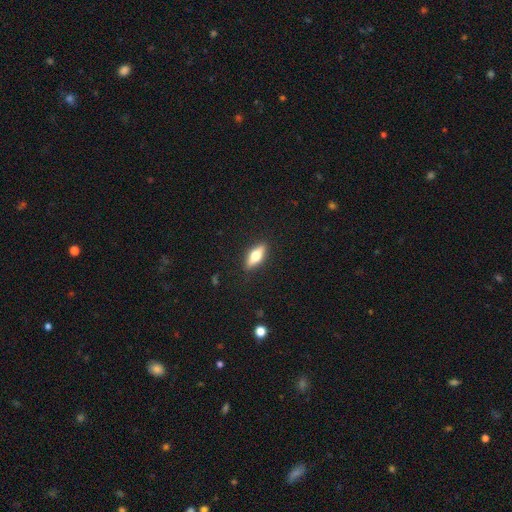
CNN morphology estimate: This appears to be a smooth galaxy with no disk features (54%) that is in between round and cigar-shaped (60%). Merging: none (89%).